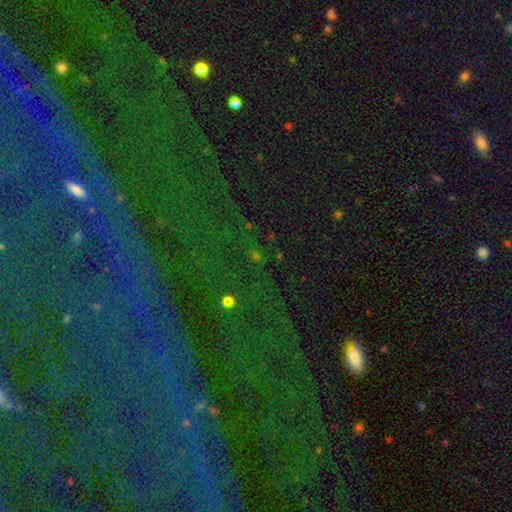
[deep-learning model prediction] Smooth or featured? Predicted: star or artifact (p=0.69).